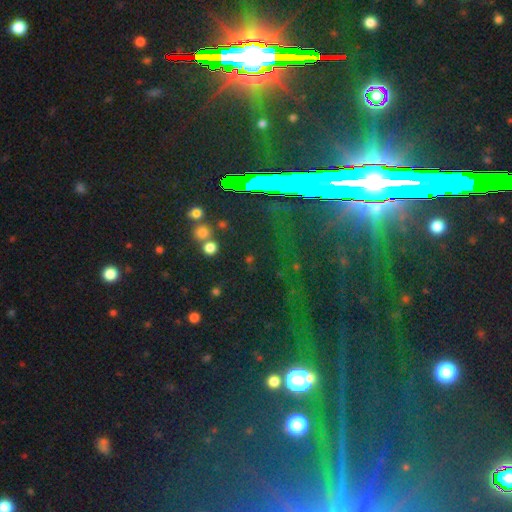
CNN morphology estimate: Q: Smooth or featured?
A: star or artifact (83%); runner-up: featured or disk (9%)